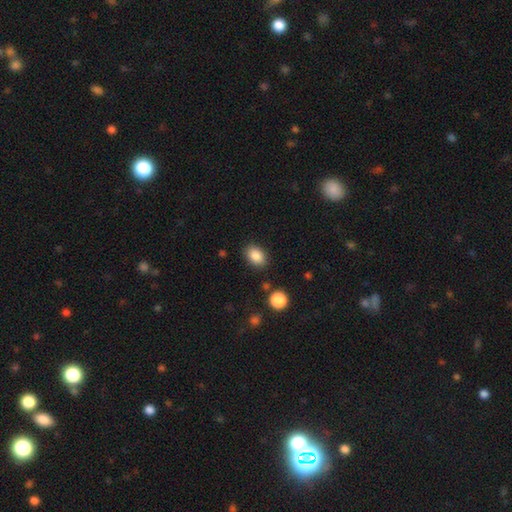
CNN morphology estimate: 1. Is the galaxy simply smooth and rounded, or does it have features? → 87% smooth, 9% star or artifact, 4% featured or disk.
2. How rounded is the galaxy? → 80% in between, 19% round, 1% cigar-shaped.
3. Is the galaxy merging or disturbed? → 85% none, 10% minor disturbance, 3% major disturbance, 2% merger.